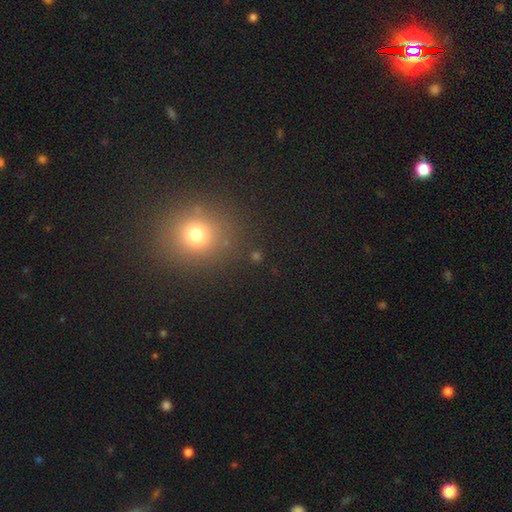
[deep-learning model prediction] Smooth or featured?
  - smooth: 57% *
  - star or artifact: 35%
  - featured or disk: 8%
How rounded?
  - round: 83% *
  - in between: 15%
  - cigar-shaped: 2%
Merging?
  - none: 84% *
  - minor disturbance: 8%
  - merger: 5%
  - major disturbance: 4%